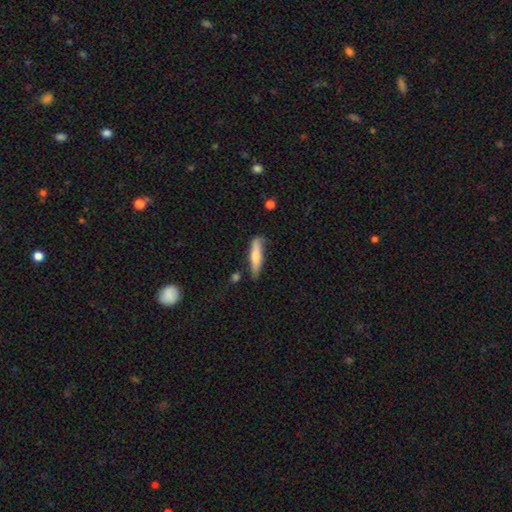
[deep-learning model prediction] Morphology: type=smooth (66%); roundness=cigar-shaped (79%); merging=none (67%).